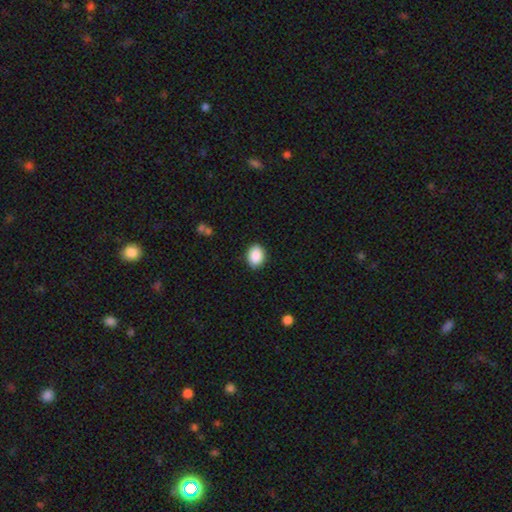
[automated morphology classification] Smooth or featured: smooth — 90% (star or artifact — 7%)
How rounded: in between — 70% (round — 29%)
Merging: none — 89% (minor disturbance — 8%)